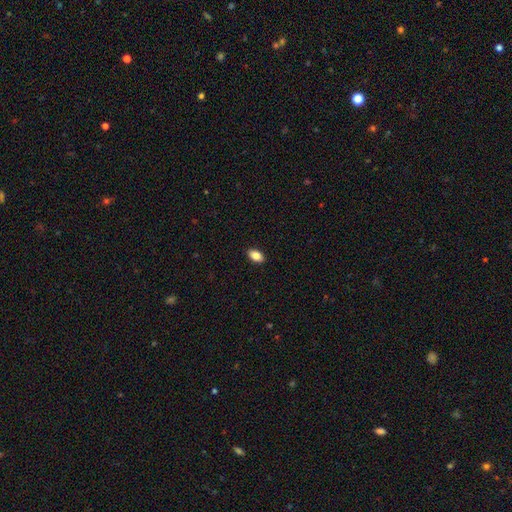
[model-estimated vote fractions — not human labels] The model was most divided on "smooth or featured": smooth: 85%, star or artifact: 8%, featured or disk: 7%. More confident: how rounded — in between (90%); merging — none (90%).